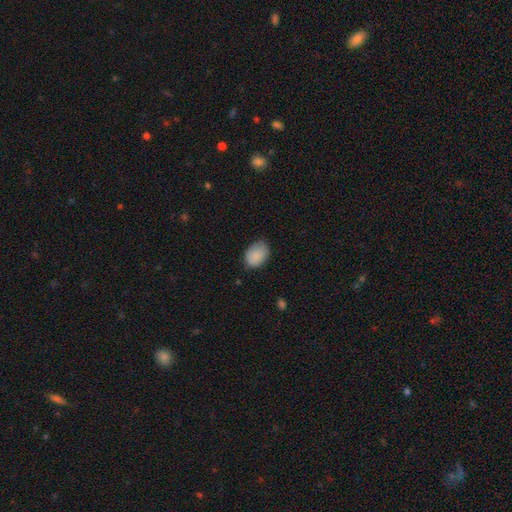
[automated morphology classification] Q: Smooth or featured?
A: smooth (87%); runner-up: star or artifact (7%)
Q: How rounded?
A: in between (76%); runner-up: round (23%)
Q: Merging?
A: none (68%); runner-up: minor disturbance (26%)